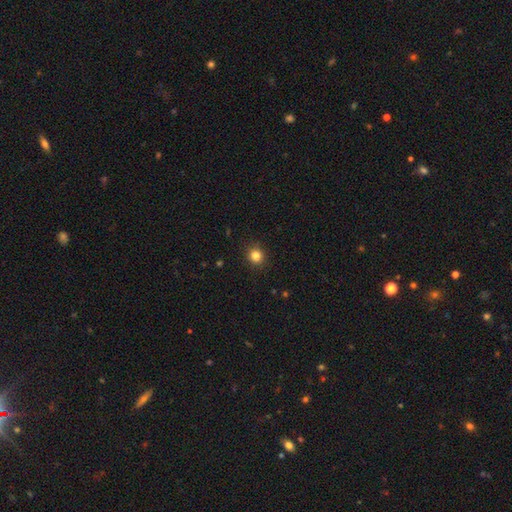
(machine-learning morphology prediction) Smooth or featured?
  - smooth: 83% *
  - star or artifact: 12%
  - featured or disk: 5%
How rounded?
  - round: 89% *
  - in between: 10%
  - cigar-shaped: 1%
Merging?
  - none: 91% *
  - minor disturbance: 6%
  - major disturbance: 2%
  - merger: 1%